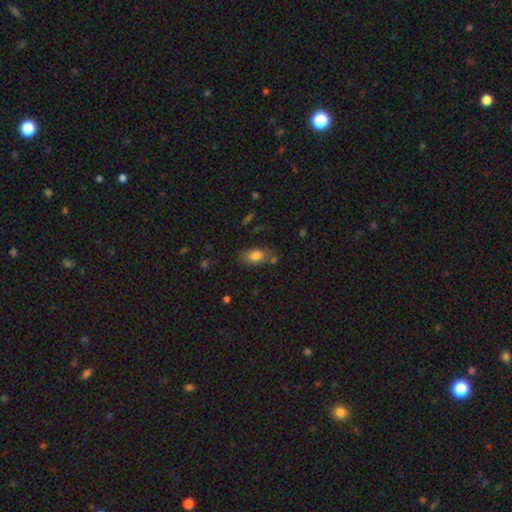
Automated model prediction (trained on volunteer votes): Smooth or featured? Predicted: smooth (p=0.81). How rounded? Predicted: in between (p=0.87). Merging? Predicted: none (p=0.66).